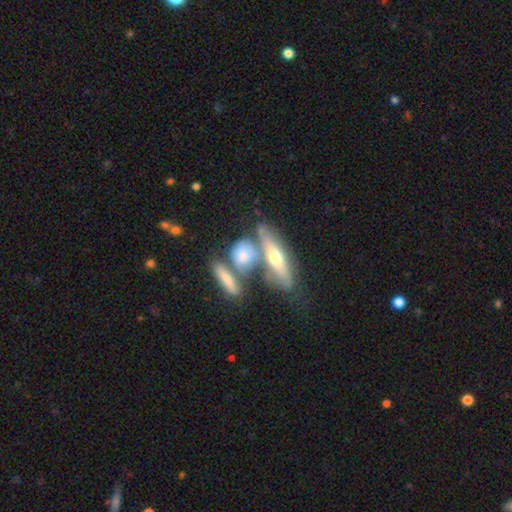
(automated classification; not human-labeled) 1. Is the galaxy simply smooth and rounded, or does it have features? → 66% featured or disk, 24% smooth, 10% star or artifact.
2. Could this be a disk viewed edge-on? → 73% yes, 27% no.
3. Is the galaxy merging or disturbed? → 44% merger, 40% none, 10% minor disturbance, 5% major disturbance.